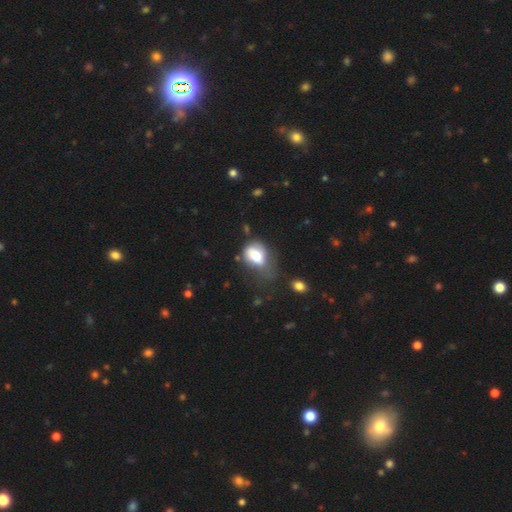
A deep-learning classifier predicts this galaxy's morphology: The model was most divided on "merging": major disturbance: 37%, minor disturbance: 34%, none: 22%, merger: 8%. More confident: smooth or featured — smooth (71%); how rounded — in between (68%).